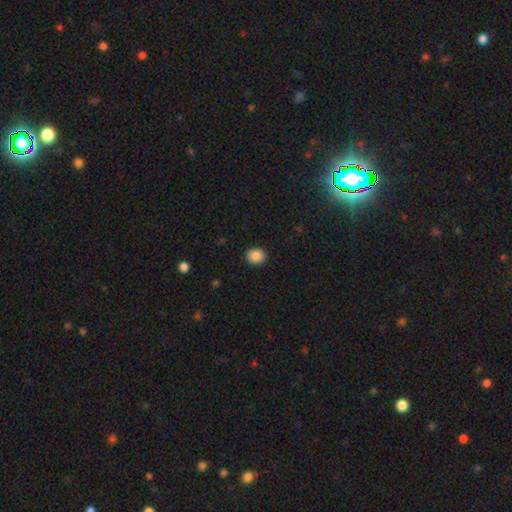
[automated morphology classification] smooth 87%, star or artifact 9%, featured or disk 4%. Down the decision tree: how rounded — round (64%); merging — none (91%).